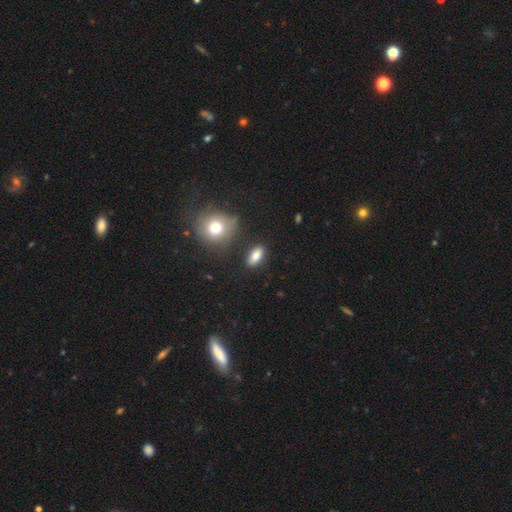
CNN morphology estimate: smooth_or_featured: smooth (p=0.82) [alt: featured or disk p=0.10]
how_rounded: in between (p=0.82) [alt: cigar-shaped p=0.12]
merging: none (p=0.85) [alt: minor disturbance p=0.10]